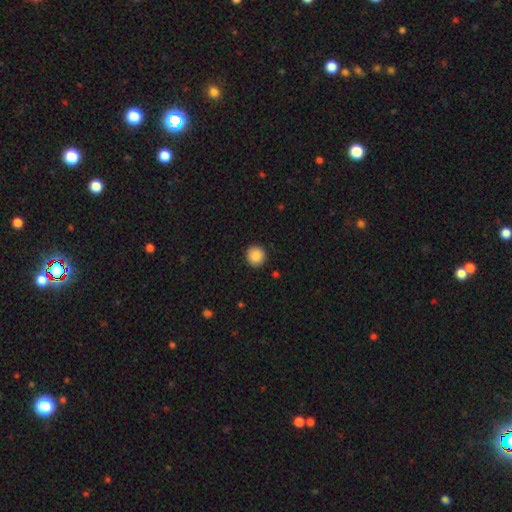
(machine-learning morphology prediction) Overall: smooth (88%). How rounded: round (93%). Merging: none (92%).